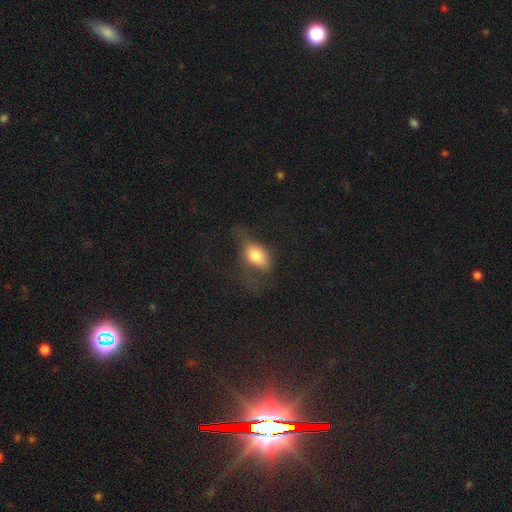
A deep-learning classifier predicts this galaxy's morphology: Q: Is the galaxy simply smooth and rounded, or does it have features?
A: smooth — 69%.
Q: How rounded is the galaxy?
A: in between — 80%.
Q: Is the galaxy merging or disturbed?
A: major disturbance — 42%.